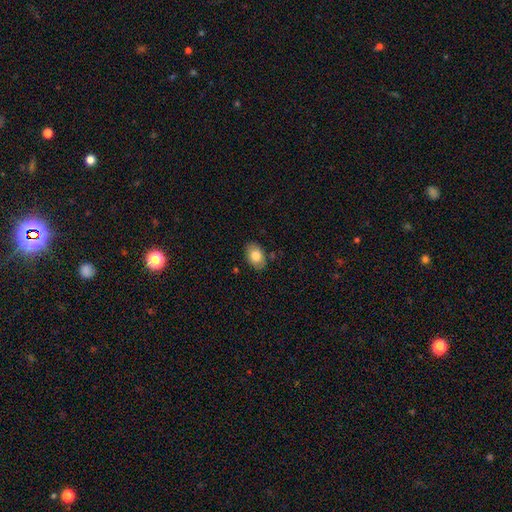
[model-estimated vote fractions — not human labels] Smooth or featured?
  - smooth: 81% *
  - featured or disk: 12%
  - star or artifact: 7%
How rounded?
  - in between: 85% *
  - round: 14%
  - cigar-shaped: 1%
Merging?
  - none: 84% *
  - minor disturbance: 12%
  - major disturbance: 2%
  - merger: 2%